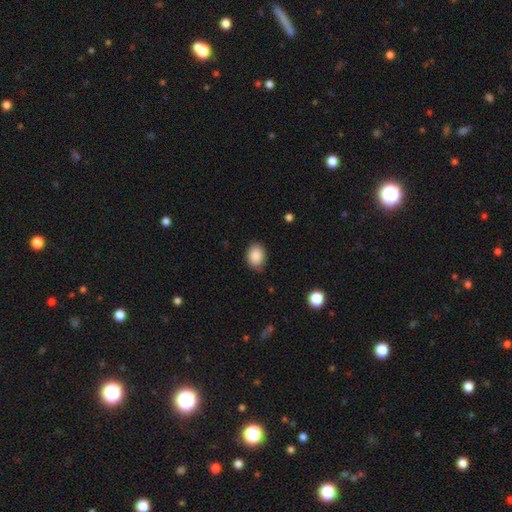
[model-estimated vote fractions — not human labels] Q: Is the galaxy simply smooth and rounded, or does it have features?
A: smooth — 89%.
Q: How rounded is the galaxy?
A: in between — 70%.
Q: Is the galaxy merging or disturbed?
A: none — 81%.